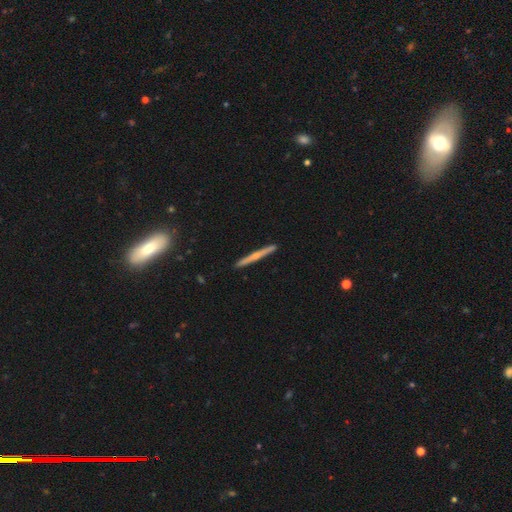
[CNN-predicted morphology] Q: Smooth or featured?
A: featured or disk (57%); runner-up: smooth (37%)
Q: Edge-on disk?
A: yes (98%); runner-up: no (2%)
Q: Edge-on bulge?
A: rounded (49%); runner-up: none (45%)
Q: Merging?
A: none (92%); runner-up: minor disturbance (6%)